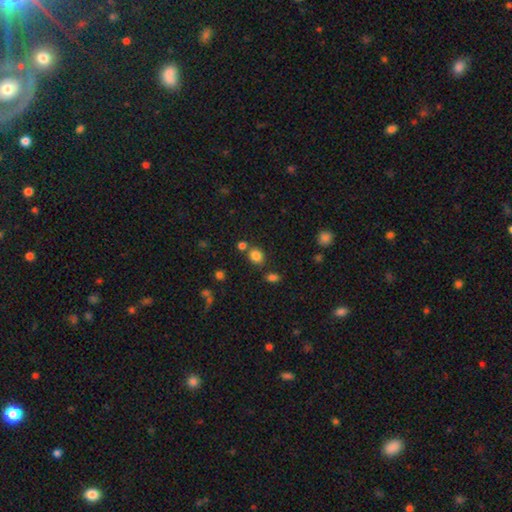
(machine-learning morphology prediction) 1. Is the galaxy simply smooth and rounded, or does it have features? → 82% smooth, 13% star or artifact, 5% featured or disk.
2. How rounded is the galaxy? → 54% round, 45% in between, 1% cigar-shaped.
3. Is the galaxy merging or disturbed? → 70% none, 14% merger, 12% minor disturbance, 4% major disturbance.